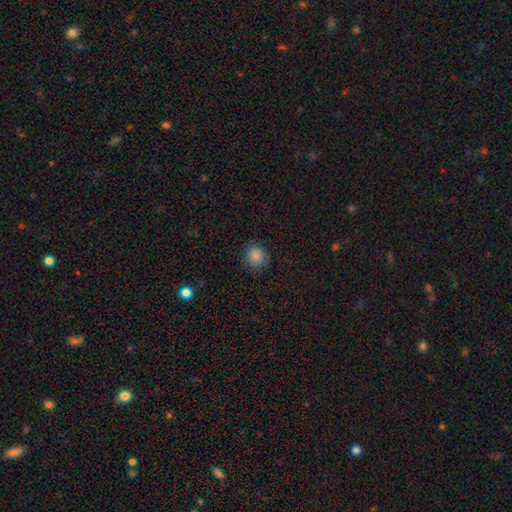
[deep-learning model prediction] Q: Smooth or featured?
A: smooth (86%); runner-up: star or artifact (10%)
Q: How rounded?
A: round (87%); runner-up: in between (12%)
Q: Merging?
A: none (86%); runner-up: minor disturbance (10%)